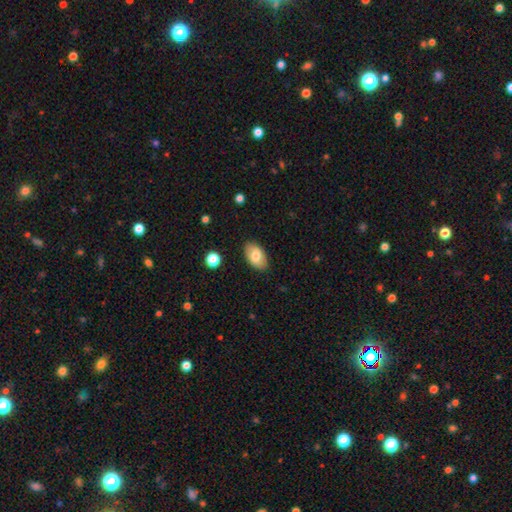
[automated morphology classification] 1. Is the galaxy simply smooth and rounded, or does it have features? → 75% smooth, 18% featured or disk, 7% star or artifact.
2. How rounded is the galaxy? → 93% in between, 5% round, 2% cigar-shaped.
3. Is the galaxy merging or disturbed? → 87% none, 10% minor disturbance, 2% major disturbance, 1% merger.